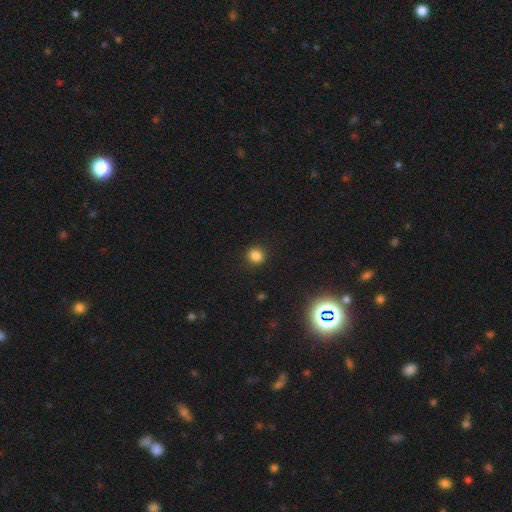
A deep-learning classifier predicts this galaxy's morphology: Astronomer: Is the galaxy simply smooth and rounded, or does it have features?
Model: smooth — 83%.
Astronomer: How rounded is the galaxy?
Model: round — 81%.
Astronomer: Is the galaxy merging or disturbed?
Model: none — 90%.